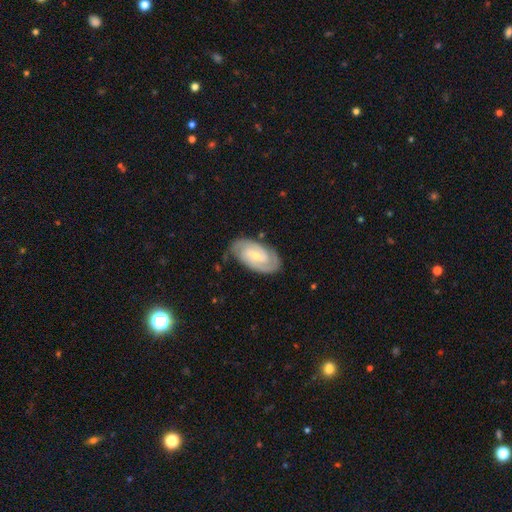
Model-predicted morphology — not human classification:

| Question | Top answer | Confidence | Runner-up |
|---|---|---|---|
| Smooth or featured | featured or disk | 85% | smooth (11%) |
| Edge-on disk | no | 97% | yes (3%) |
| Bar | weak | 51% | no (29%) |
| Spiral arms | yes | 97% | no (3%) |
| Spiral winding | tight | 59% | medium (34%) |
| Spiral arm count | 2 | 83% | can't tell (7%) |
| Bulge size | small | 66% | moderate (30%) |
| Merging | none | 79% | minor disturbance (16%) |